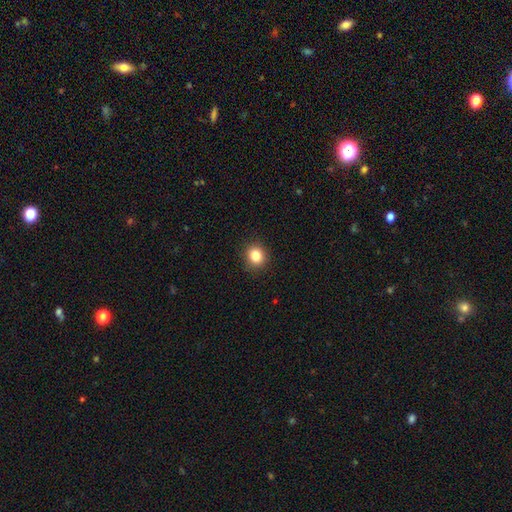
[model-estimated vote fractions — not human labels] smooth-or-featured: smooth: 83% | star or artifact: 11% | featured or disk: 6%
  how-rounded: round: 83% | in between: 16% | cigar-shaped: 1%
  merging: none: 91% | minor disturbance: 7% | major disturbance: 2% | merger: 1%